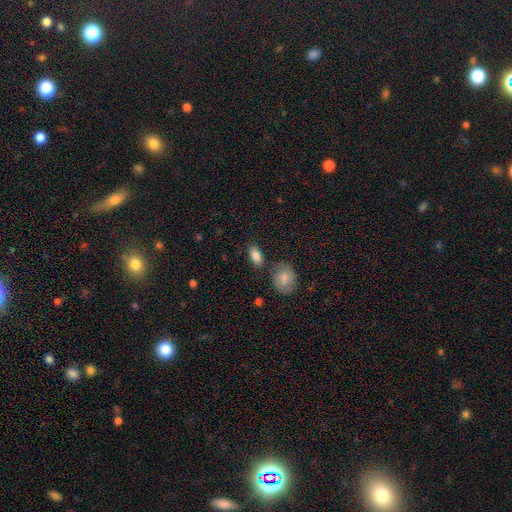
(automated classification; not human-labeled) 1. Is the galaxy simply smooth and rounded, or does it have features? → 86% smooth, 7% star or artifact, 7% featured or disk.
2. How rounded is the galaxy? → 90% in between, 6% round, 4% cigar-shaped.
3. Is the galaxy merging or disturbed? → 78% none, 12% minor disturbance, 7% merger, 3% major disturbance.